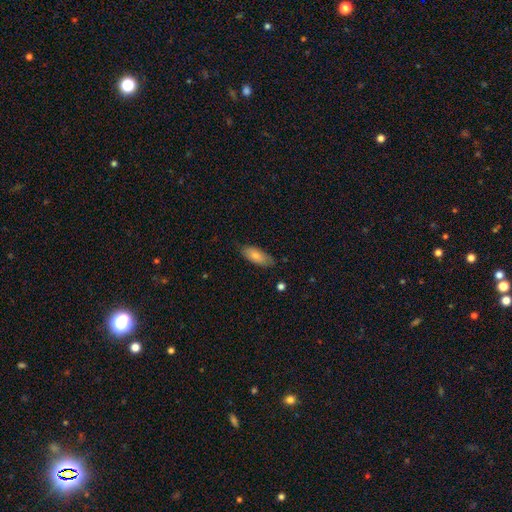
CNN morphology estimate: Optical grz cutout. It shows a smooth galaxy with no disk features (80%) that is in between round and cigar-shaped (81%). Merging: none (77%).